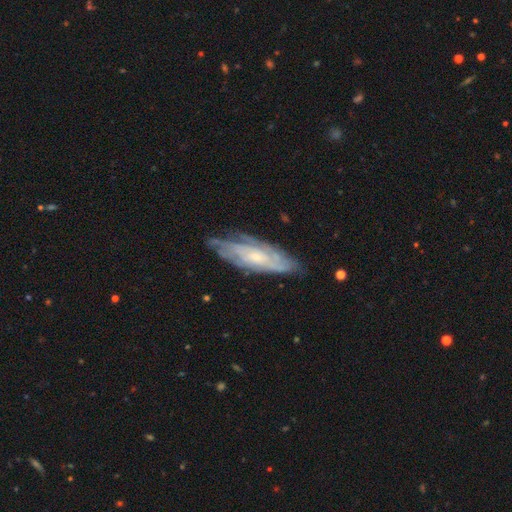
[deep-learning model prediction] smooth_or_featured: featured or disk (p=0.73) [alt: smooth p=0.19]
disk_edge_on: no (p=0.72) [alt: yes p=0.28]
bar: no (p=0.67) [alt: weak p=0.27]
has_spiral_arms: yes (p=0.87) [alt: no p=0.13]
bulge_size: small (p=0.57) [alt: moderate p=0.35]
merging: none (p=0.79) [alt: minor disturbance p=0.16]